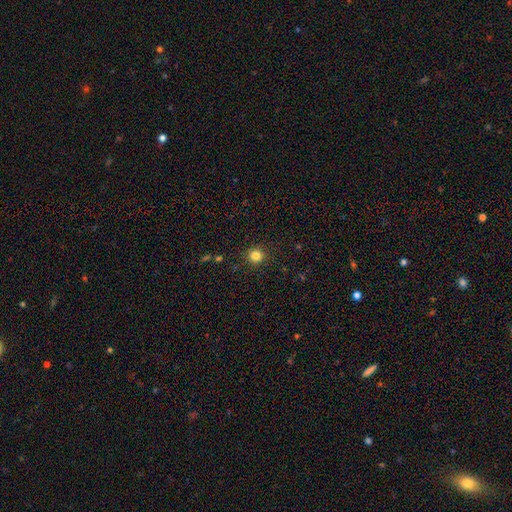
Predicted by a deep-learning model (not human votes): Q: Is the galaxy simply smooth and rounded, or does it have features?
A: smooth — 82%.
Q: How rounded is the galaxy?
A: round — 94%.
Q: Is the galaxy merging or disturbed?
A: none — 91%.